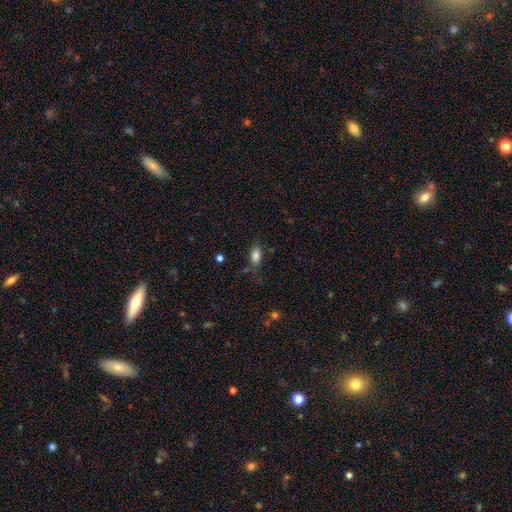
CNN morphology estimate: This is clearly a smooth galaxy (83%). How rounded: clearly in between (87%). Merging: likely none (67%).